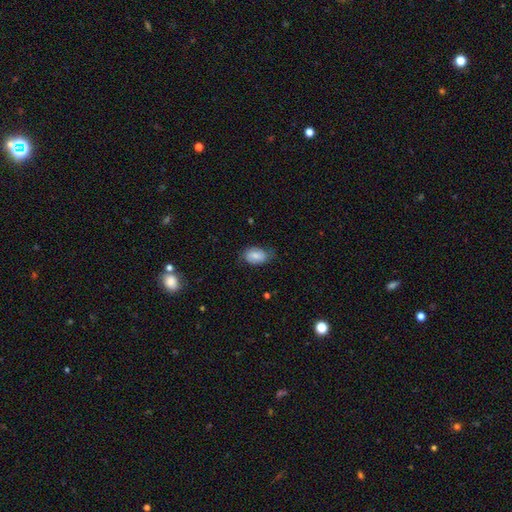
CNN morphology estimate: The model was most divided on "merging": none: 62%, minor disturbance: 29%, major disturbance: 8%, merger: 1%. More confident: how rounded — in between (87%); smooth or featured — smooth (71%).